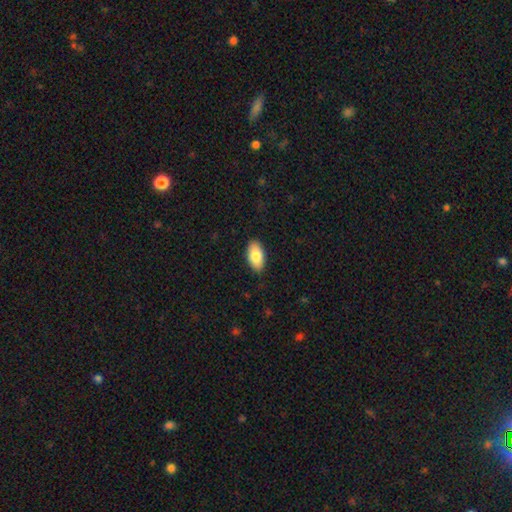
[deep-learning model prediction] Smooth or featured: smooth — 84% (featured or disk — 10%)
How rounded: in between — 94% (cigar-shaped — 3%)
Merging: none — 87% (minor disturbance — 10%)